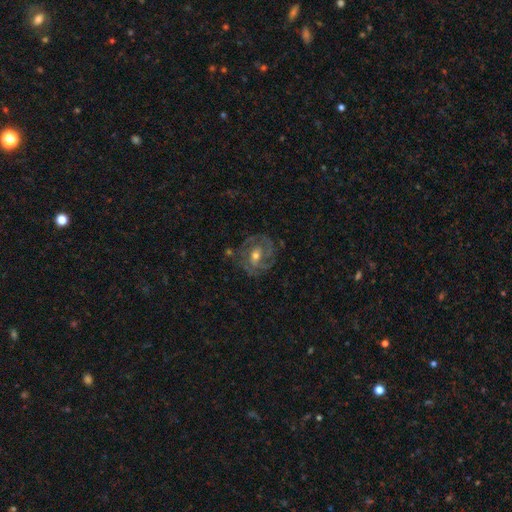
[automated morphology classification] A featured or disk galaxy (82%) with no bar (46%), 2 (30%) tight (57%) spiral arms (90%) and a moderate central bulge (61%). Merging: none (70%).